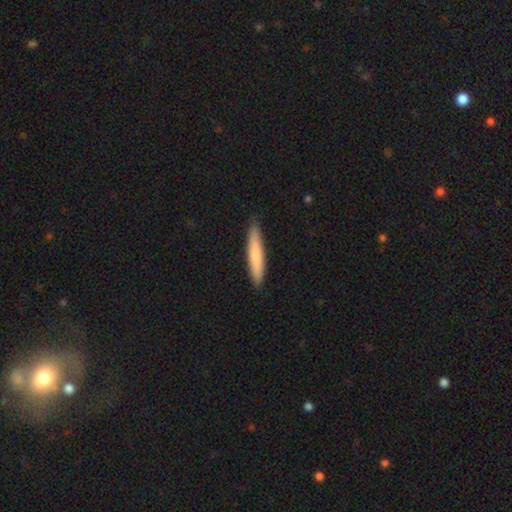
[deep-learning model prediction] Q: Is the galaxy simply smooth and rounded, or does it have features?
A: smooth — 75%.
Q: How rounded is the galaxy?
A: cigar-shaped — 92%.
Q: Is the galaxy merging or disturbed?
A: none — 89%.